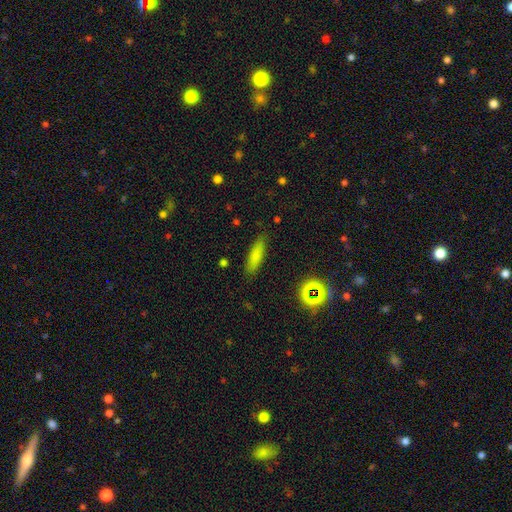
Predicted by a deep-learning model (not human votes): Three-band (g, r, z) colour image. It shows a smooth galaxy with no disk features (79%) that is cigar-shaped (64%). Merging: none (85%).